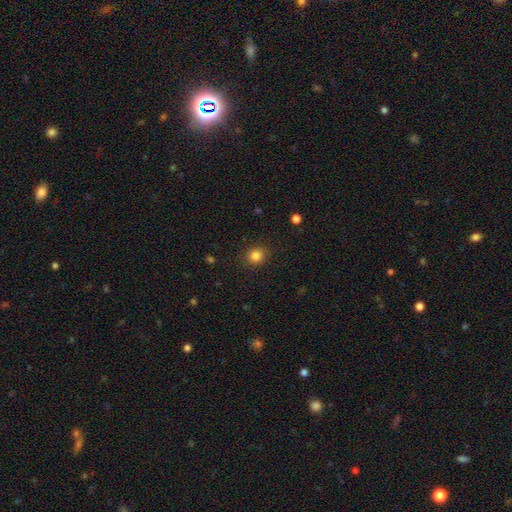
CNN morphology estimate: Smooth or featured? Predicted: smooth (p=0.83). How rounded? Predicted: round (p=0.84). Merging? Predicted: none (p=0.89).